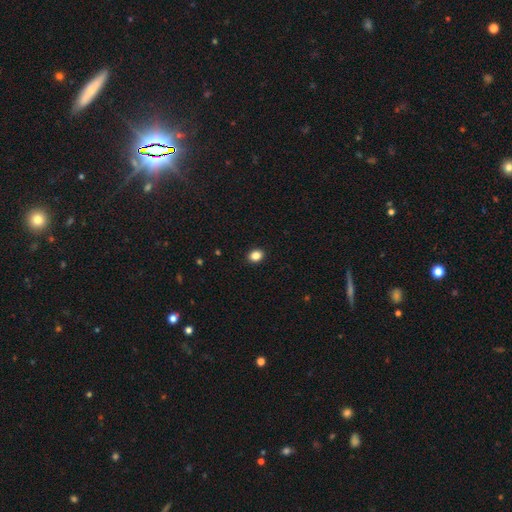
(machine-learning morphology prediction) A smooth galaxy with no disk features (86%) that is round (52%). Merging: none (92%).